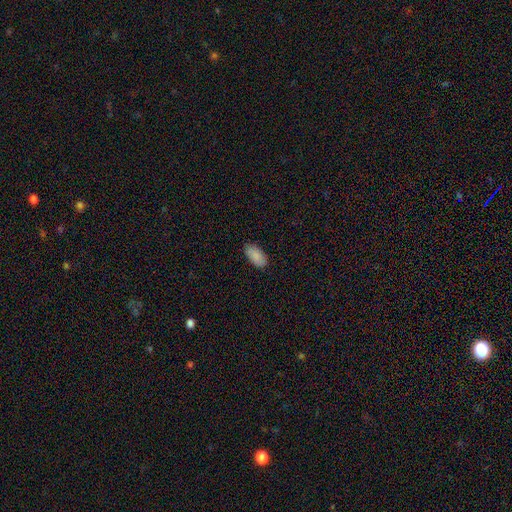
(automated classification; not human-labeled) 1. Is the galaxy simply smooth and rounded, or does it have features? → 89% smooth, 6% star or artifact, 5% featured or disk.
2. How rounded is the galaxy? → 93% in between, 4% cigar-shaped, 2% round.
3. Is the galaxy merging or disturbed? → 87% none, 10% minor disturbance, 2% major disturbance, 1% merger.